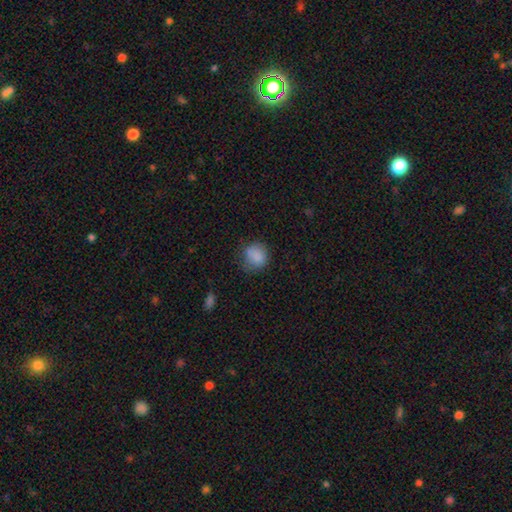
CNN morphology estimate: Smooth or featured?
  - smooth: 84% *
  - star or artifact: 9%
  - featured or disk: 7%
How rounded?
  - round: 78% *
  - in between: 21%
  - cigar-shaped: 1%
Merging?
  - none: 64% *
  - minor disturbance: 25%
  - major disturbance: 8%
  - merger: 3%